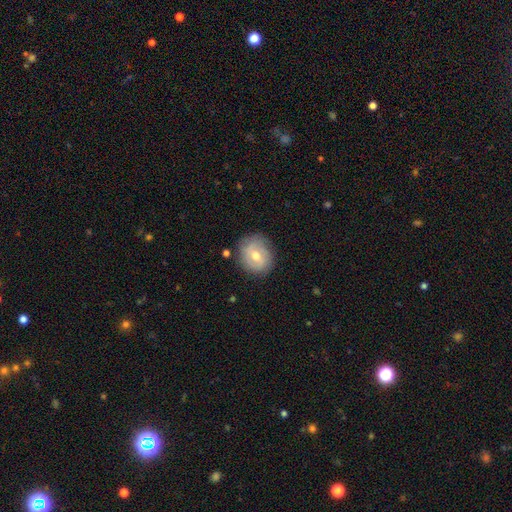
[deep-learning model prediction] Q: Smooth or featured?
A: featured or disk (51%); runner-up: smooth (40%)
Q: Edge-on disk?
A: no (96%); runner-up: yes (4%)
Q: Merging?
A: none (77%); runner-up: minor disturbance (17%)